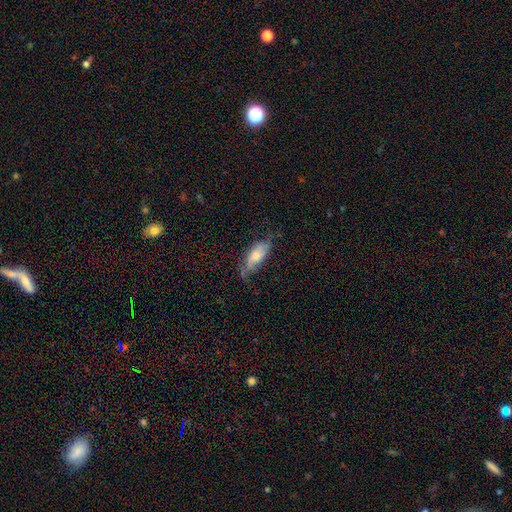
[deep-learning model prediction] smooth-or-featured: smooth: 50% | featured or disk: 43% | star or artifact: 7%
  merging: none: 54% | minor disturbance: 31% | major disturbance: 13% | merger: 2%